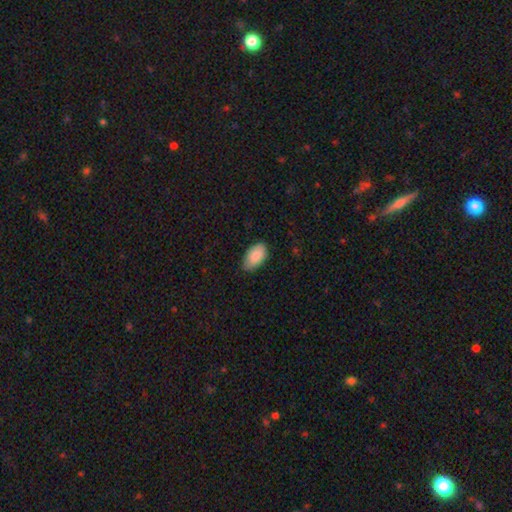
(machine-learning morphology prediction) smooth_or_featured: smooth (p=0.87) [alt: featured or disk p=0.07]
how_rounded: in between (p=0.95) [alt: round p=0.03]
merging: none (p=0.81) [alt: minor disturbance p=0.16]